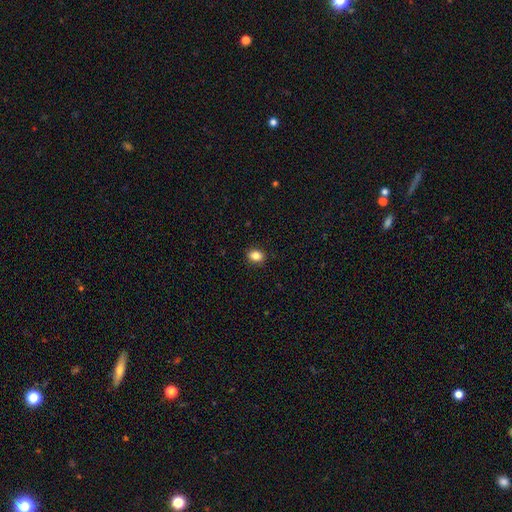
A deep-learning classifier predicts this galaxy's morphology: The model was most divided on "how rounded": in between: 57%, round: 42%, cigar-shaped: 1%. More confident: merging — none (90%); smooth or featured — smooth (85%).